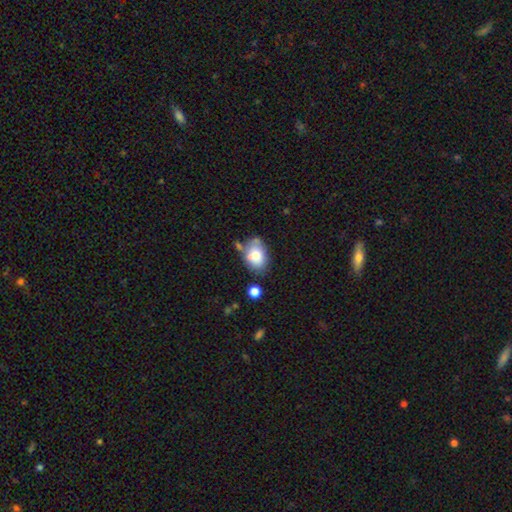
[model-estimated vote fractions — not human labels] smooth_or_featured: smooth (p=0.73) [alt: featured or disk p=0.19]
how_rounded: in between (p=0.78) [alt: round p=0.21]
merging: none (p=0.55) [alt: minor disturbance p=0.23]